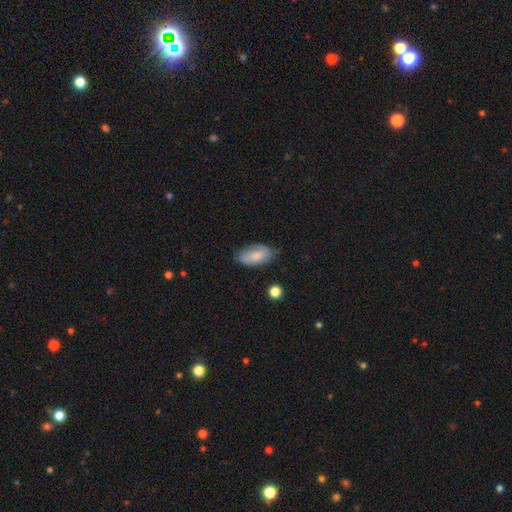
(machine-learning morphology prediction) smooth_or_featured: smooth (p=0.73) [alt: featured or disk p=0.20]
how_rounded: in between (p=0.93) [alt: cigar-shaped p=0.04]
merging: none (p=0.68) [alt: minor disturbance p=0.25]